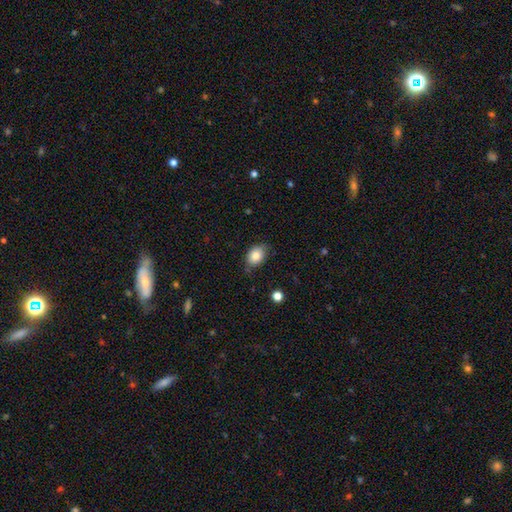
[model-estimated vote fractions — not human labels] smooth_or_featured: smooth (p=0.84) [alt: star or artifact p=0.09]
how_rounded: in between (p=0.71) [alt: round p=0.28]
merging: none (p=0.75) [alt: minor disturbance p=0.19]